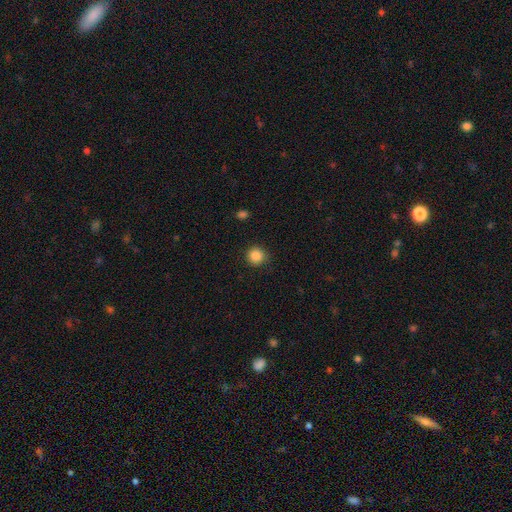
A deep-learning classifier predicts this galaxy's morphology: Smooth or featured? Predicted: smooth (p=0.87). How rounded? Predicted: round (p=0.94). Merging? Predicted: none (p=0.89).